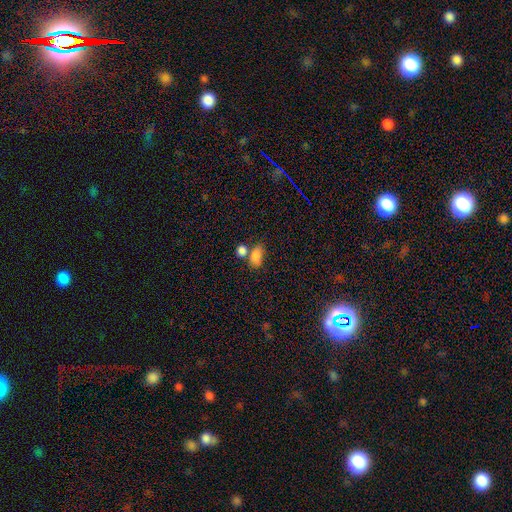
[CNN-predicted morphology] A smooth galaxy with no disk features (81%) that is in between round and cigar-shaped (83%).

Vote fractions:
- Smooth or featured? smooth: 81% / star or artifact: 11% / featured or disk: 8%
- How rounded? in between: 83% / round: 15% / cigar-shaped: 3%
- Merging? none: 42% / merger: 37% / minor disturbance: 14% / major disturbance: 7%